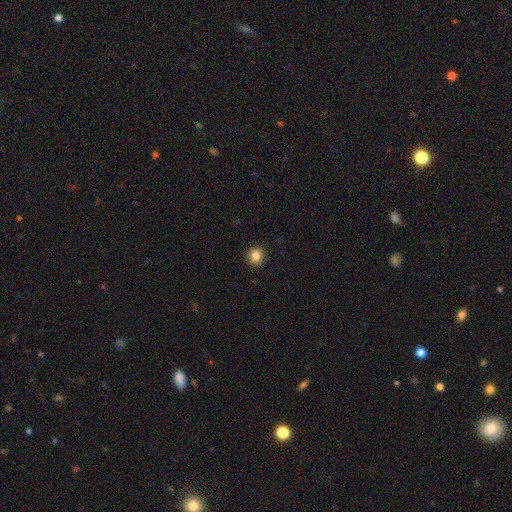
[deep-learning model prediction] Smooth or featured?
  - smooth: 85% *
  - star or artifact: 10%
  - featured or disk: 5%
How rounded?
  - round: 87% *
  - in between: 12%
  - cigar-shaped: 1%
Merging?
  - none: 92% *
  - minor disturbance: 6%
  - major disturbance: 2%
  - merger: 1%